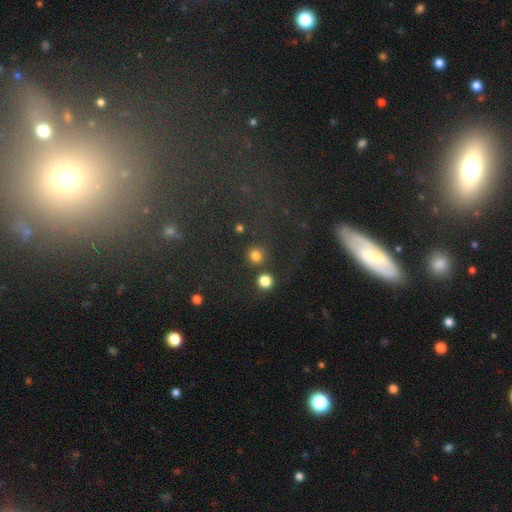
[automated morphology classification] Smooth or featured? Predicted: smooth (p=0.79). How rounded? Predicted: round (p=0.92). Merging? Predicted: none (p=0.78).